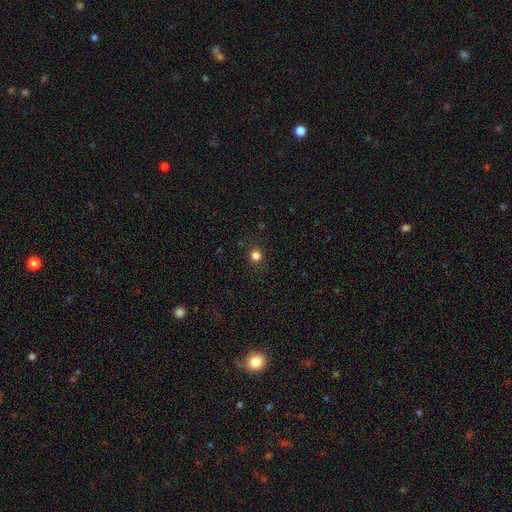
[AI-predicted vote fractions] This is clearly a smooth galaxy (80%). How rounded: clearly round (92%). Merging: clearly none (90%).